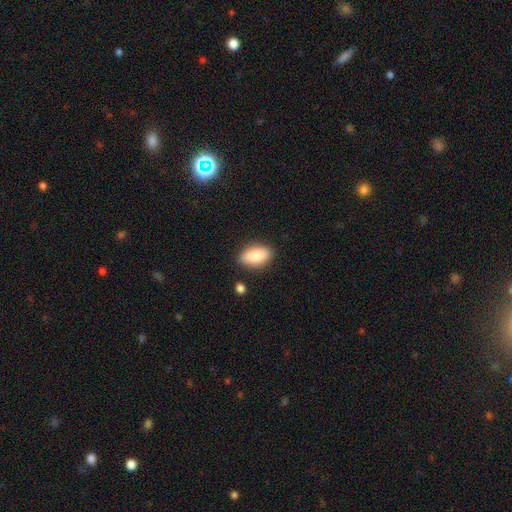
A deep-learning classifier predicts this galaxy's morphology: Smooth or featured? smooth (86%)
How rounded? in between (91%)
Merging? none (84%)